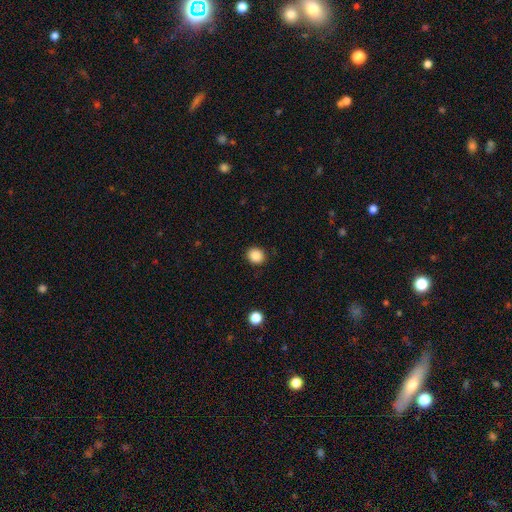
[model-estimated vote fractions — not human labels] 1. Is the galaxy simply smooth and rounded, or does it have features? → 88% smooth, 10% star or artifact, 3% featured or disk.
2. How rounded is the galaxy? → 77% round, 22% in between, 1% cigar-shaped.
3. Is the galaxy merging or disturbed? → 90% none, 7% minor disturbance, 2% major disturbance, 1% merger.